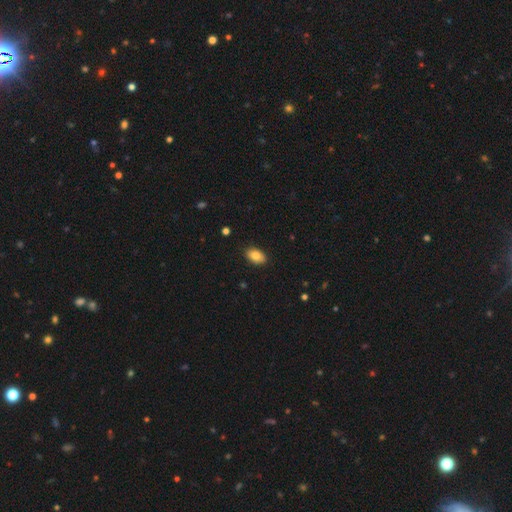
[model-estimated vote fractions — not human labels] Smooth or featured? smooth (83%)
How rounded? in between (90%)
Merging? none (88%)